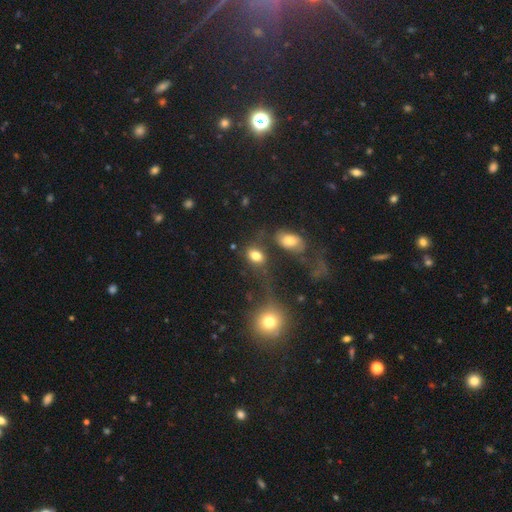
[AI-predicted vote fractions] A smooth galaxy with no disk features (77%) that is in between round and cigar-shaped (77%).

Vote fractions:
- Smooth or featured? smooth: 77% / star or artifact: 12% / featured or disk: 11%
- How rounded? in between: 77% / round: 21% / cigar-shaped: 2%
- Merging? none: 50% / merger: 20% / minor disturbance: 17% / major disturbance: 14%